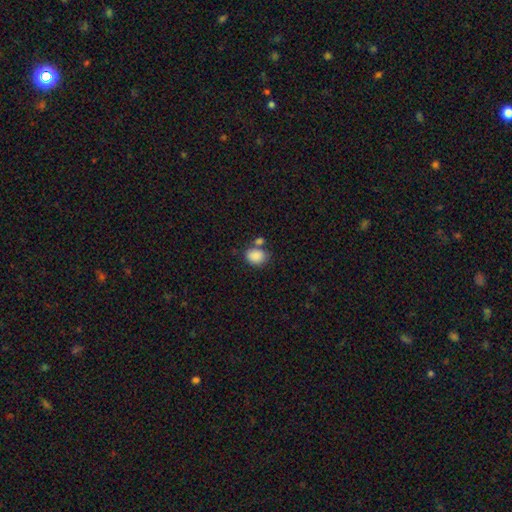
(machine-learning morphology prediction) Overall: smooth (87%). How rounded: in between (61%; round 38%). Merging: none (58%; merger 23%).